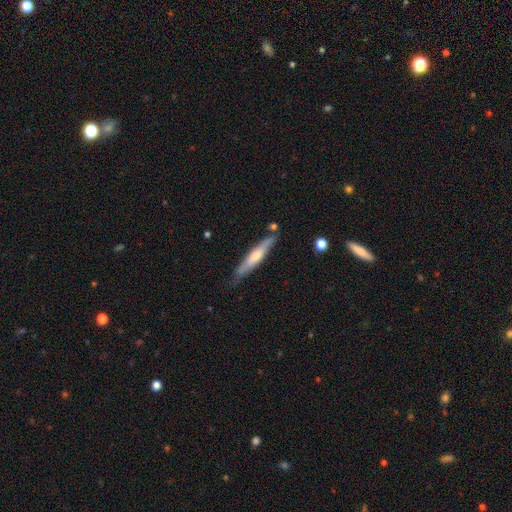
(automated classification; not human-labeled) smooth_or_featured: smooth (p=0.48) [alt: featured or disk p=0.47]
merging: none (p=0.73) [alt: minor disturbance p=0.19]